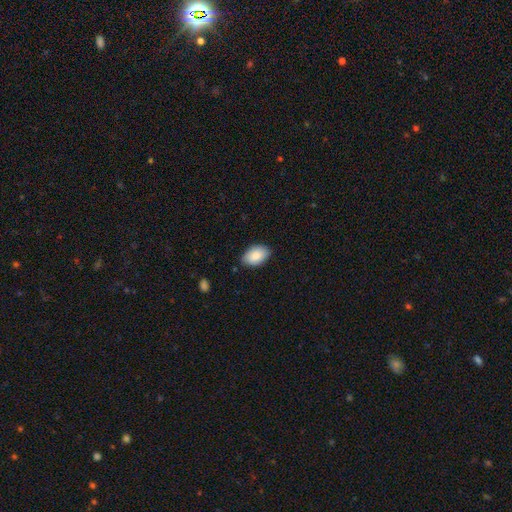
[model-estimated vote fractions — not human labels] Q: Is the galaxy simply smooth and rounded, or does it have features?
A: smooth — 87%.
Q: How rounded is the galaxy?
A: in between — 92%.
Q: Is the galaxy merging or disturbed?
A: none — 82%.